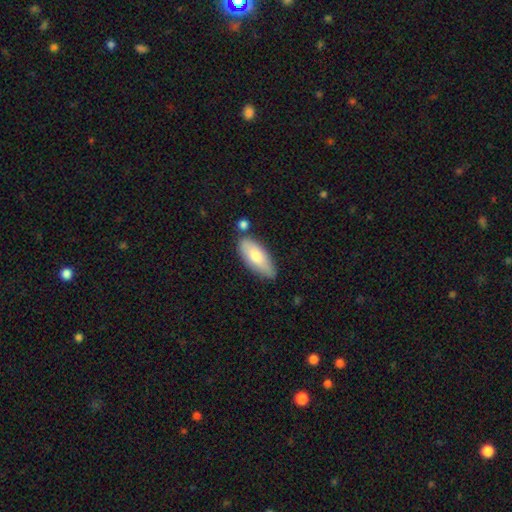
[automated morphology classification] type=smooth (77%); roundness=in between (82%); merging=none (71%).